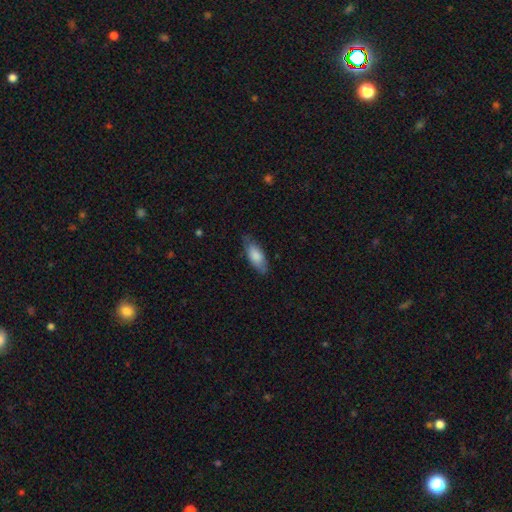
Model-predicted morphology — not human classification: smooth-or-featured: smooth: 79% | featured or disk: 16% | star or artifact: 6%
  how-rounded: in between: 77% | cigar-shaped: 21% | round: 2%
  merging: none: 74% | minor disturbance: 21% | major disturbance: 4% | merger: 1%